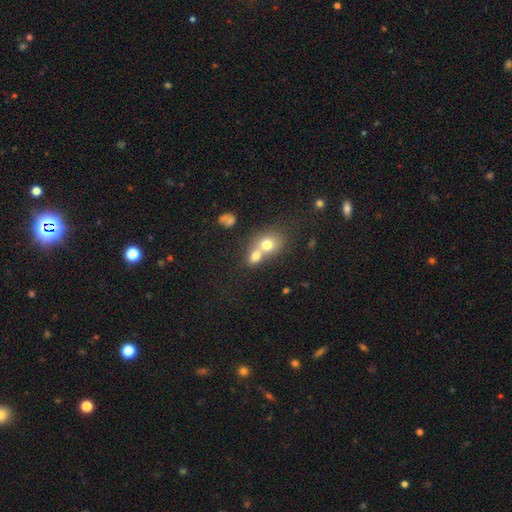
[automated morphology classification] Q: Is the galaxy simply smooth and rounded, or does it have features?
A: smooth — 71%.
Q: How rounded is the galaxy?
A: round — 57%.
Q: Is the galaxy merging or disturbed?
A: merger — 68%.